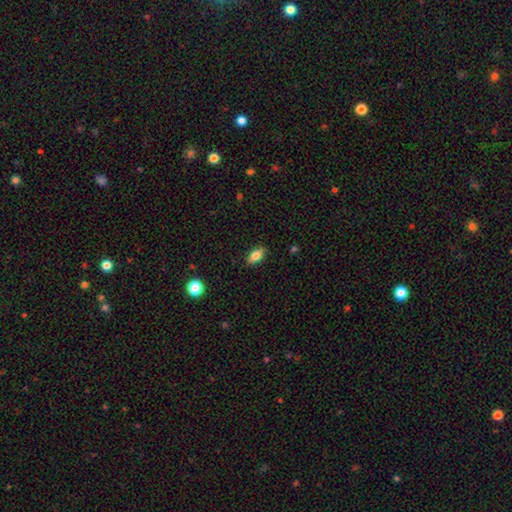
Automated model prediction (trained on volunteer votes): This appears to be a smooth galaxy with no disk features (79%) that is in between round and cigar-shaped (86%). Merging: none (86%).